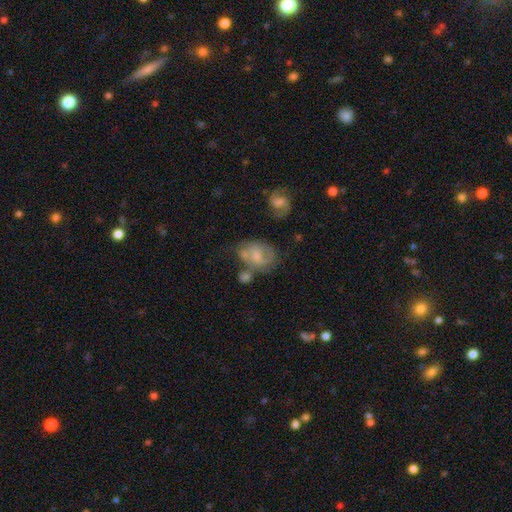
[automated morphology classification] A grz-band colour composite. It shows a featured or disk galaxy (51%). Merging: none (41%).